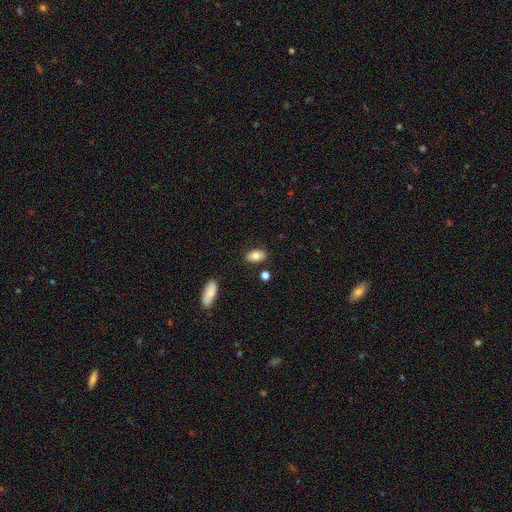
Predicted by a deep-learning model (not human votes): A smooth galaxy with no disk features (79%) that is in between round and cigar-shaped (91%). Merging: none (84%).